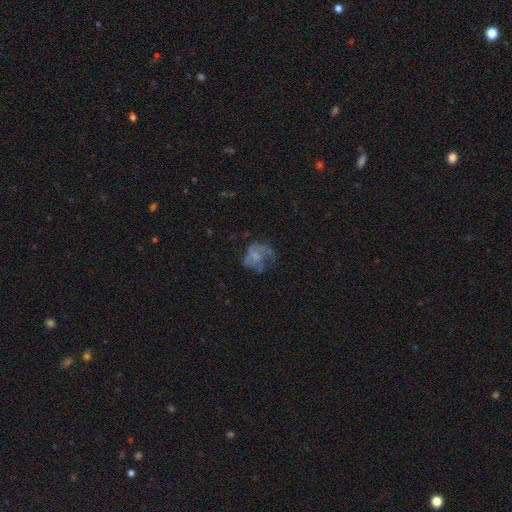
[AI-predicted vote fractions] Smooth or featured? featured or disk (52%)
Edge-on disk? no (98%)
Bar? no (80%)
Spiral arms? no (62%)
Bulge size? none (50%)
Merging? none (40%)